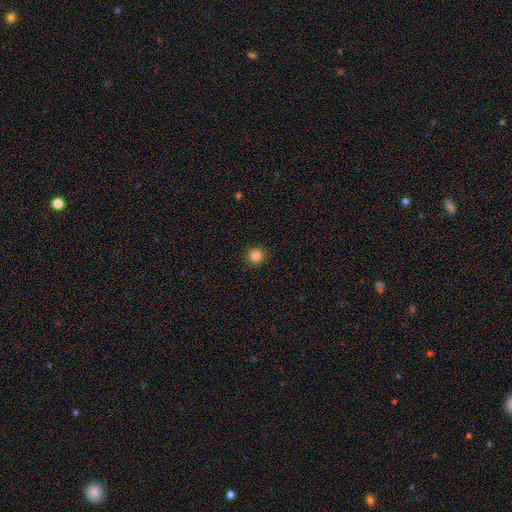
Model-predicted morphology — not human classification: This appears to be a smooth galaxy with no disk features (85%) that is round (94%). Merging: none (91%).